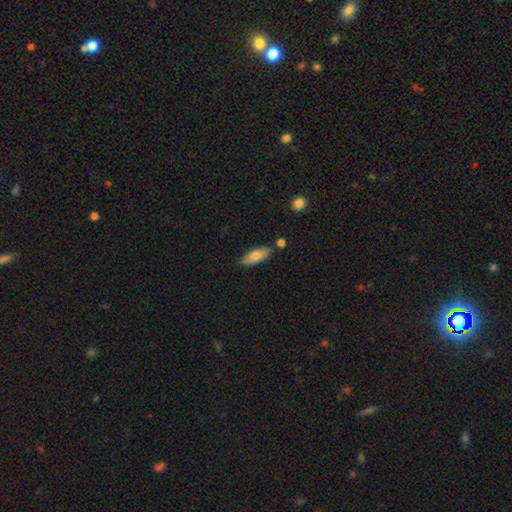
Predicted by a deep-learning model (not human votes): Smooth or featured?
  - smooth: 80% *
  - featured or disk: 14%
  - star or artifact: 6%
How rounded?
  - in between: 72% *
  - cigar-shaped: 26%
  - round: 2%
Merging?
  - none: 77% *
  - minor disturbance: 15%
  - merger: 5%
  - major disturbance: 3%